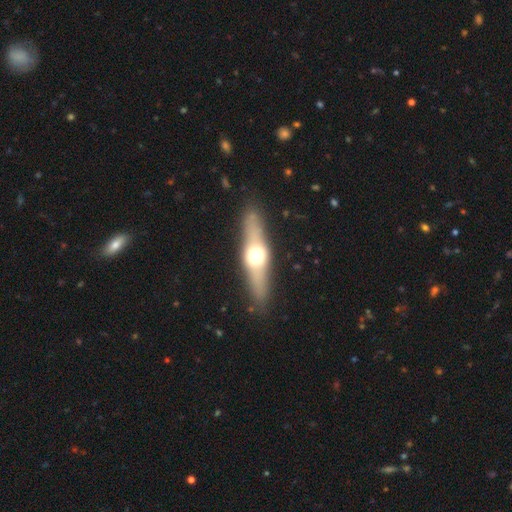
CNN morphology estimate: Smooth or featured? Predicted: featured or disk (p=0.58). Edge-on disk? Predicted: yes (p=0.89). Edge-on bulge? Predicted: rounded (p=0.94). Merging? Predicted: none (p=0.85).